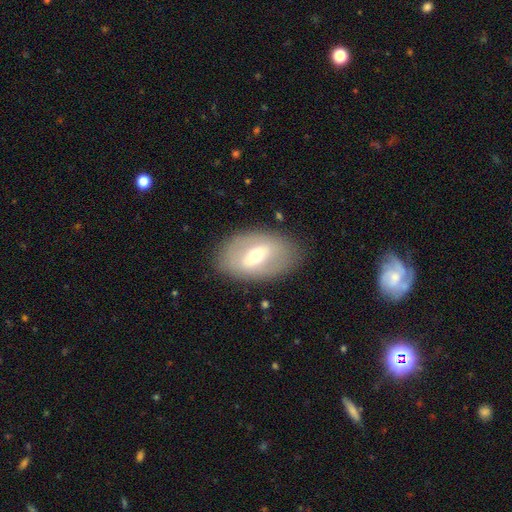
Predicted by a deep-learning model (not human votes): A featured or disk galaxy (54%).

Vote fractions:
- Smooth or featured? featured or disk: 54% / smooth: 38% / star or artifact: 7%
- Edge-on disk? no: 86% / yes: 14%
- Merging? none: 83% / minor disturbance: 11% / major disturbance: 5% / merger: 1%